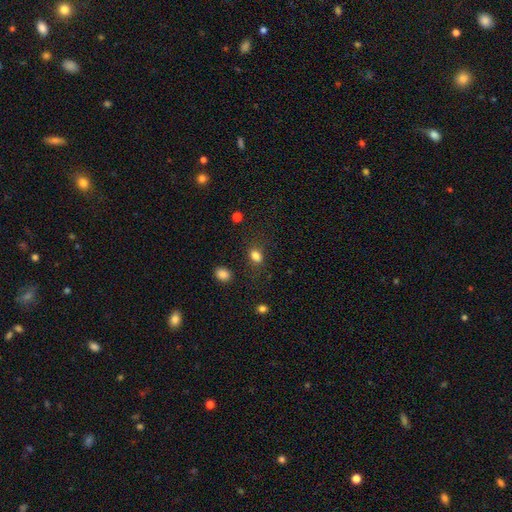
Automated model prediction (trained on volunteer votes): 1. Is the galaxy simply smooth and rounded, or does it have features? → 82% smooth, 12% star or artifact, 6% featured or disk.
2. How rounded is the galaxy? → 68% in between, 30% round, 2% cigar-shaped.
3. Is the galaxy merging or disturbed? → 75% none, 15% minor disturbance, 6% major disturbance, 4% merger.